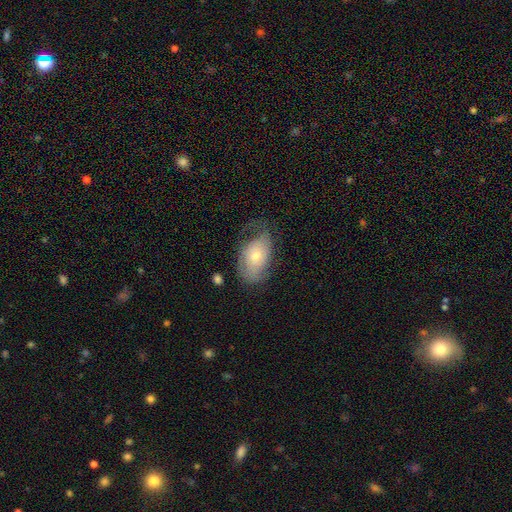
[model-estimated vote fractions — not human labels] A smooth galaxy with no disk features (49%).

Vote fractions:
- Smooth or featured? smooth: 49% / featured or disk: 44% / star or artifact: 7%
- Merging? none: 42% / minor disturbance: 30% / major disturbance: 26% / merger: 2%